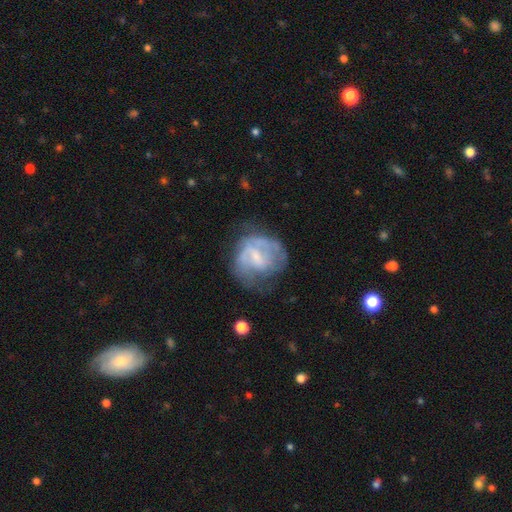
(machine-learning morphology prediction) Q: Smooth or featured?
A: featured or disk (64%); runner-up: smooth (28%)
Q: Edge-on disk?
A: no (97%); runner-up: yes (3%)
Q: Bar?
A: weak (52%); runner-up: no (32%)
Q: Spiral arms?
A: yes (65%); runner-up: no (35%)
Q: Bulge size?
A: small (47%); runner-up: moderate (27%)
Q: Merging?
A: none (45%); runner-up: minor disturbance (26%)